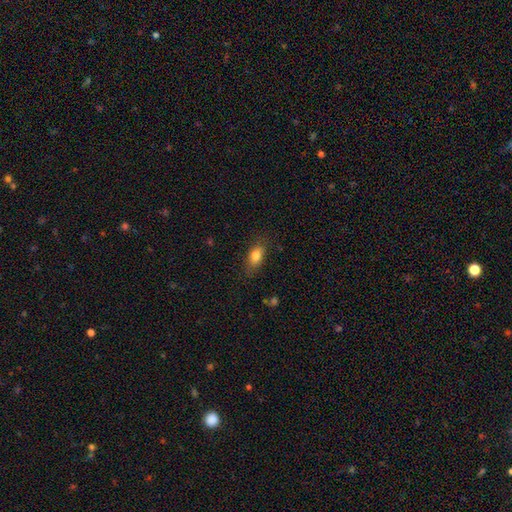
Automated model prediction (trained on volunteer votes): Morphology: type=smooth (82%); roundness=in between (84%); merging=none (77%).